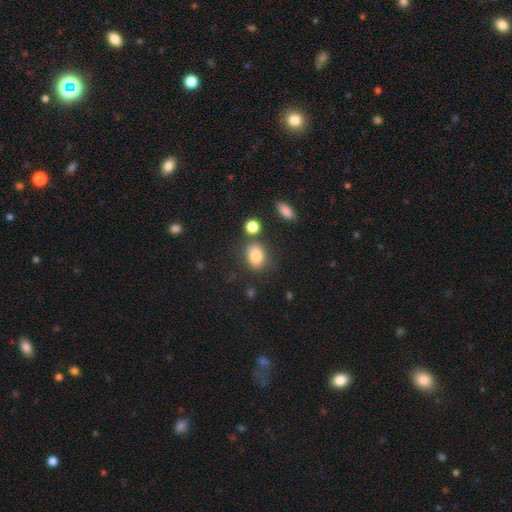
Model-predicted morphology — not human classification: Smooth or featured? smooth (83%)
How rounded? in between (68%)
Merging? none (68%)